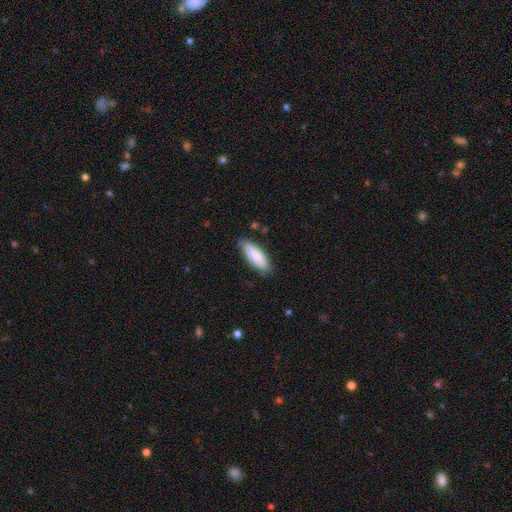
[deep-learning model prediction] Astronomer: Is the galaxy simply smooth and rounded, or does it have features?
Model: smooth — 85%.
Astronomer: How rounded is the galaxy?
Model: in between — 66%.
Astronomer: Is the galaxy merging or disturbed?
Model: none — 81%.